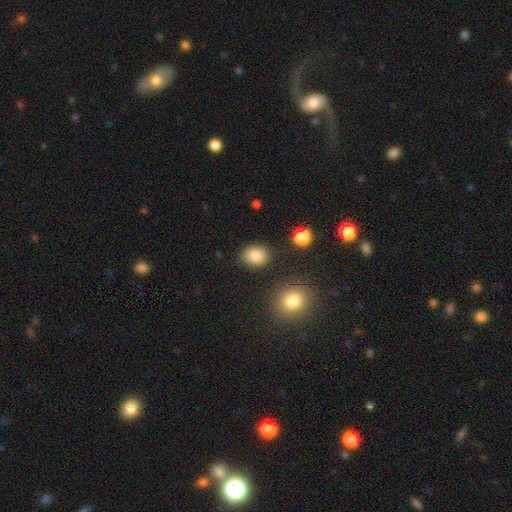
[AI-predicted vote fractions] This is clearly a smooth galaxy (85%). How rounded: possibly in between (55%). Merging: clearly none (86%).